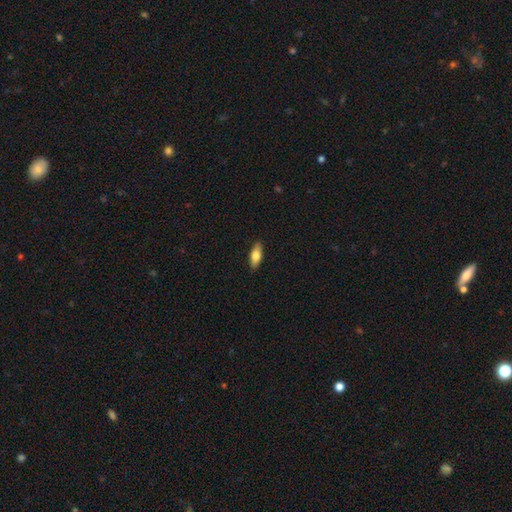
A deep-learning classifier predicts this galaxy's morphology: Smooth or featured? smooth (73%)
How rounded? in between (73%)
Merging? none (89%)